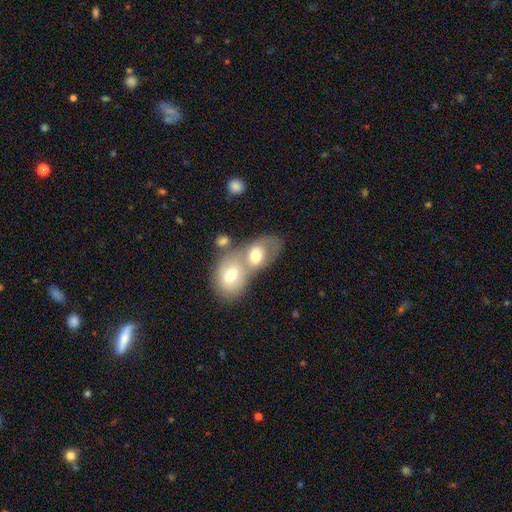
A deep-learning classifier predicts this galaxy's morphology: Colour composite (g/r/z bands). It shows a smooth galaxy with no disk features (61%) that is in between round and cigar-shaped (77%). Merging: merger (63%).